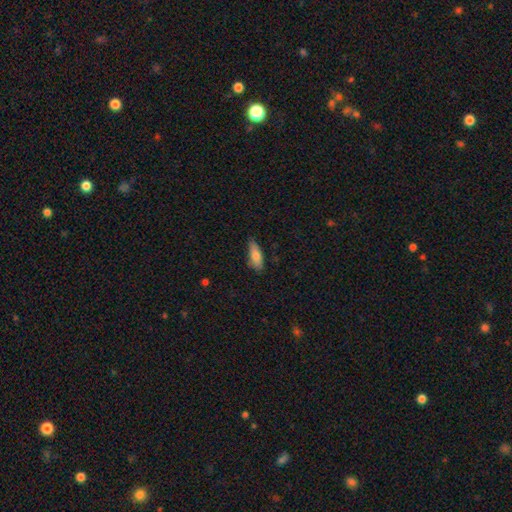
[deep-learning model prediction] Smooth or featured? Predicted: smooth (p=0.79). How rounded? Predicted: in between (p=0.69). Merging? Predicted: none (p=0.75).